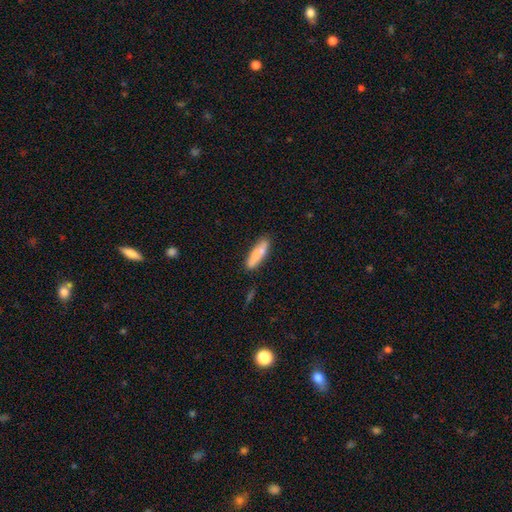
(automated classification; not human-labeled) Overall: smooth (77%). How rounded: cigar-shaped (74%). Merging: none (84%).